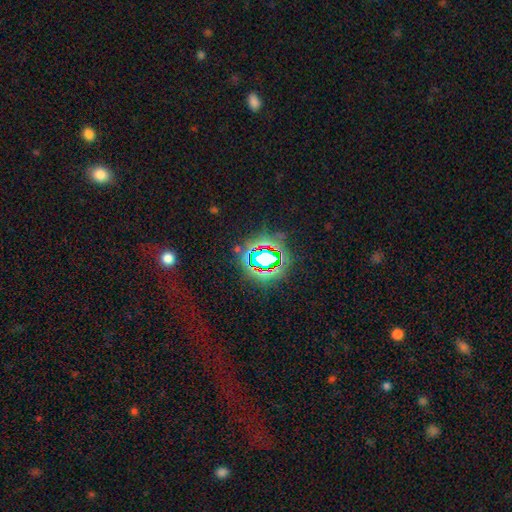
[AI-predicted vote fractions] A star or artifact, not a galaxy (77%).

Vote fractions:
- Smooth or featured? star or artifact: 77% / smooth: 13% / featured or disk: 9%